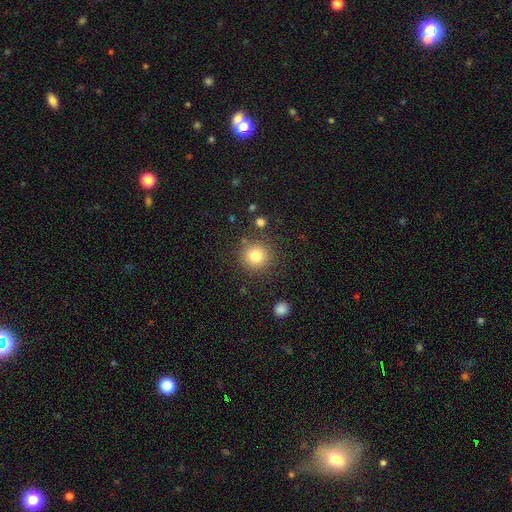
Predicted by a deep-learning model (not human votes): The model was most divided on "smooth or featured": smooth: 81%, star or artifact: 12%, featured or disk: 7%. More confident: how rounded — round (94%); merging — none (86%).